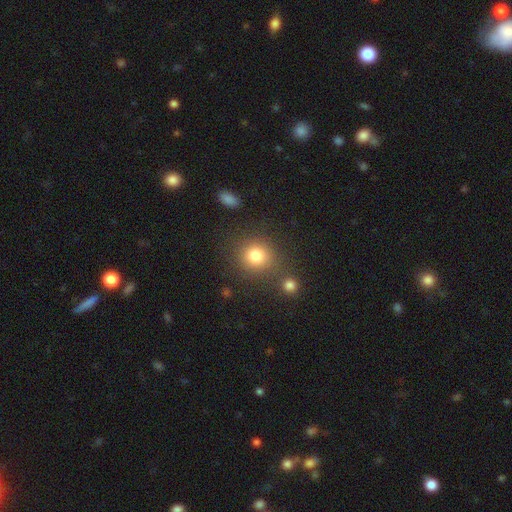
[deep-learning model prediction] A smooth galaxy with no disk features (82%) that is round (87%). Merging: none (74%).